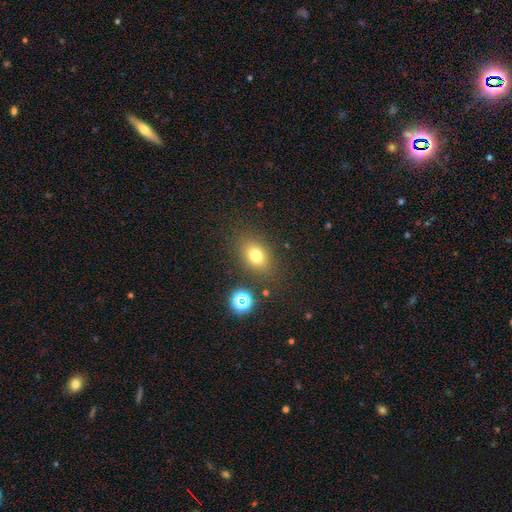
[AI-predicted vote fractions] A smooth galaxy with no disk features (74%) that is in between round and cigar-shaped (69%). Merging: none (82%).